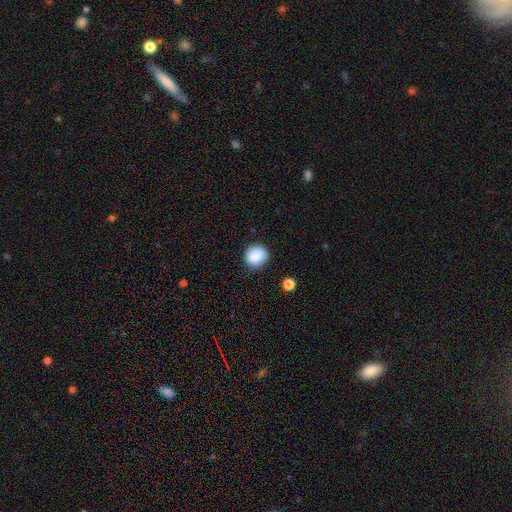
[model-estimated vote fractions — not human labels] A smooth galaxy with no disk features (87%) that is round (86%). Merging: none (86%).